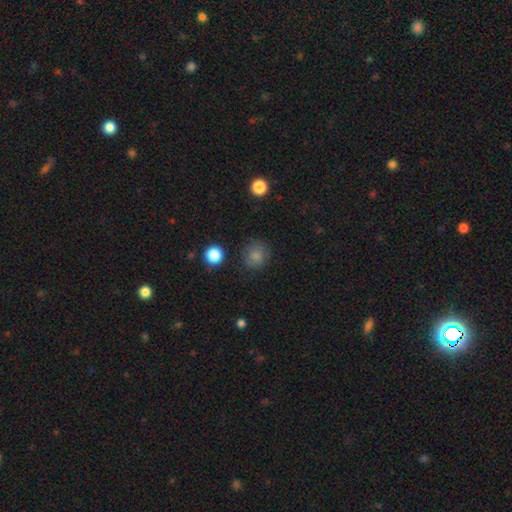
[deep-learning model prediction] Q: Smooth or featured?
A: smooth (82%); runner-up: star or artifact (12%)
Q: How rounded?
A: round (89%); runner-up: in between (10%)
Q: Merging?
A: none (83%); runner-up: minor disturbance (11%)